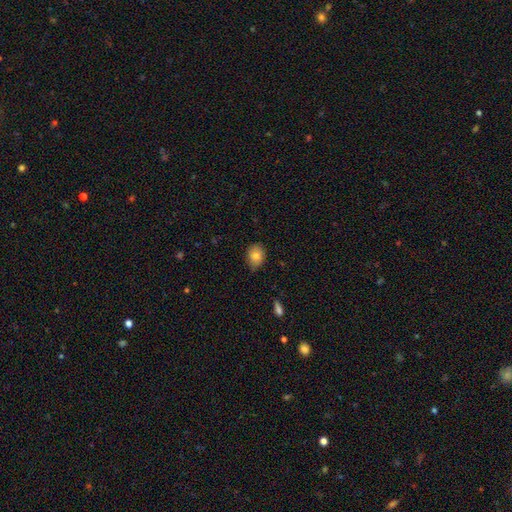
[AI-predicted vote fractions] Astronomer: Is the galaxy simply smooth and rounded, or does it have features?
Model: smooth — 81%.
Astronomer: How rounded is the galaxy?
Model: in between — 51% (runner-up: round, 48%).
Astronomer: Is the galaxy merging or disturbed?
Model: none — 75%.